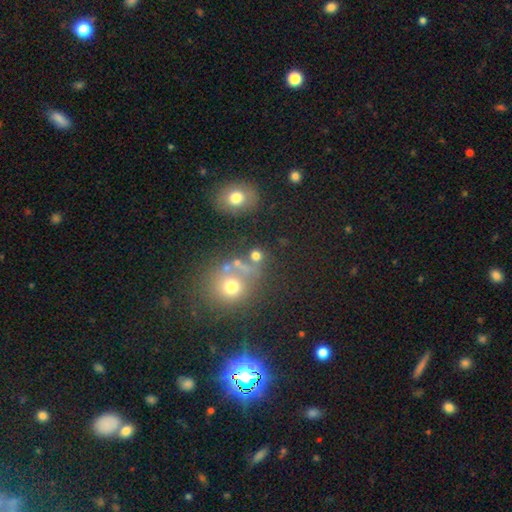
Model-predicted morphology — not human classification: This appears to be a smooth galaxy with no disk features (67%) that is round (83%). Merging: none (61%).